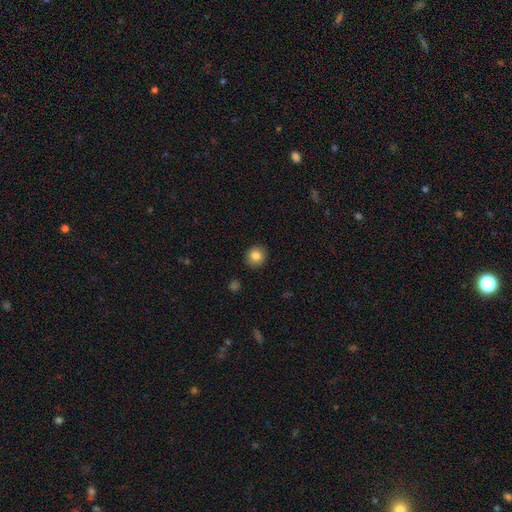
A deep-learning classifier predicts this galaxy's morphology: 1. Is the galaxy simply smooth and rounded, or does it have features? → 84% smooth, 9% star or artifact, 6% featured or disk.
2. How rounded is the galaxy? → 86% round, 13% in between, 1% cigar-shaped.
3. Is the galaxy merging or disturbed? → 90% none, 7% minor disturbance, 2% major disturbance, 1% merger.